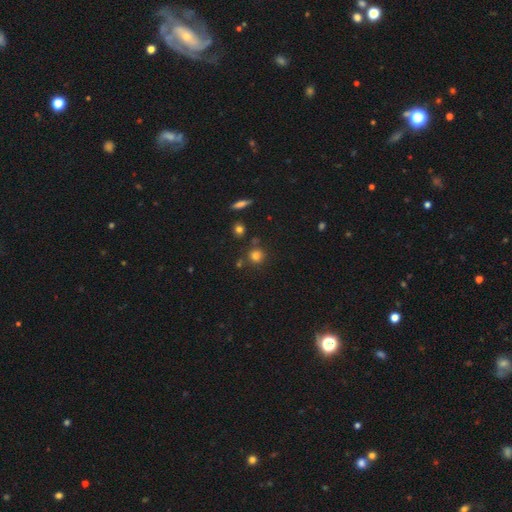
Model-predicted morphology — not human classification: smooth 78%, star or artifact 15%, featured or disk 8%. Down the decision tree: how rounded — round (88%); merging — none (77%).